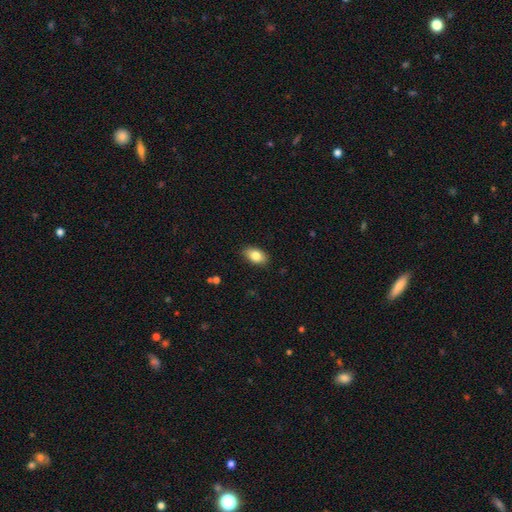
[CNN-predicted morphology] Overall: smooth (82%). How rounded: in between (89%). Merging: none (87%).